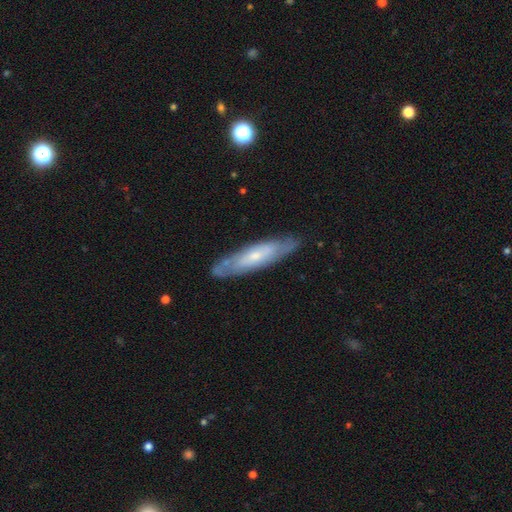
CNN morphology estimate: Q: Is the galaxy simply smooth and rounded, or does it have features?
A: featured or disk — 59%.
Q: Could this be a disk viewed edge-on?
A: no — 56%.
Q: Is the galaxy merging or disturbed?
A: none — 80%.